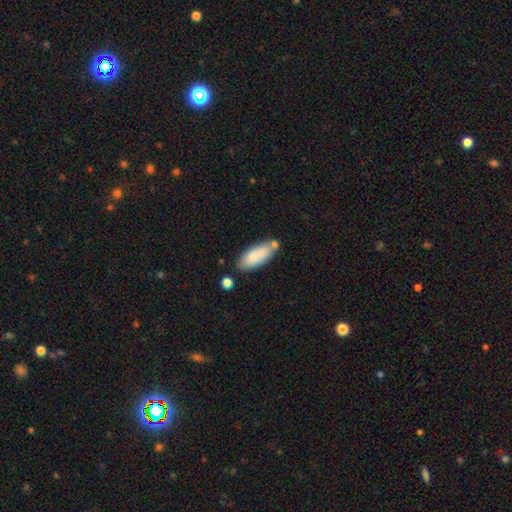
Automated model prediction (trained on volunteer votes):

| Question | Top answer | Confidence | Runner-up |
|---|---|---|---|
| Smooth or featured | smooth | 81% | featured or disk (13%) |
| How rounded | in between | 79% | cigar-shaped (19%) |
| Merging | none | 67% | minor disturbance (17%) |